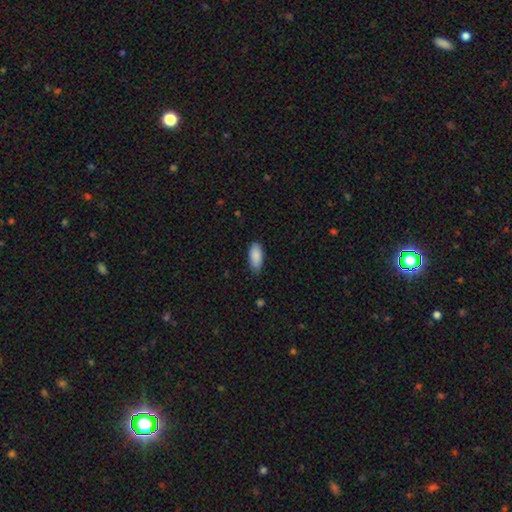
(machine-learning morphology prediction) type=smooth (89%); roundness=in between (88%); merging=none (78%).